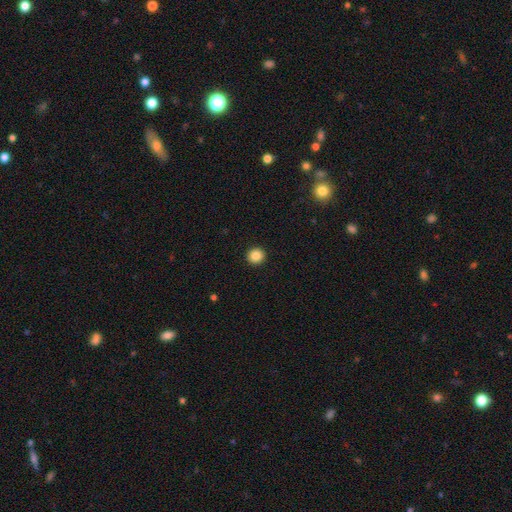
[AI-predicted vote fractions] A smooth galaxy with no disk features (86%) that is round (93%). Merging: none (93%).